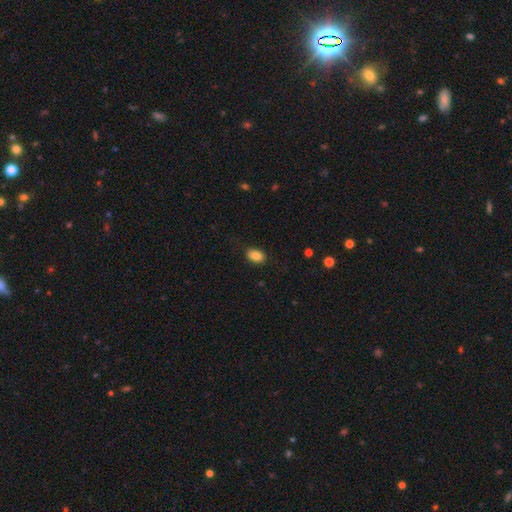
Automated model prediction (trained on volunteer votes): Overall: smooth (86%). How rounded: in between (81%). Merging: none (85%).